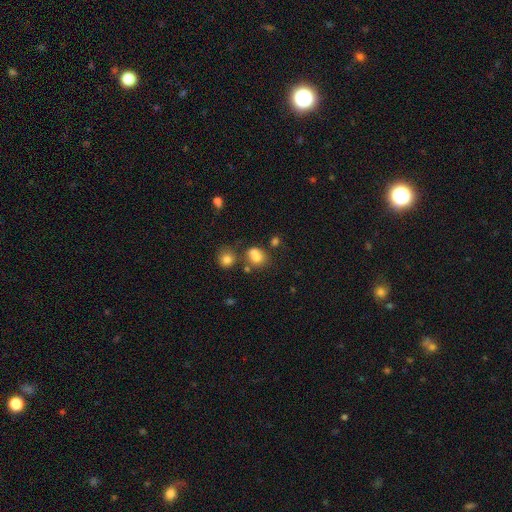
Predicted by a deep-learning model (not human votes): The model was most divided on "merging": none: 44%, merger: 38%, minor disturbance: 12%, major disturbance: 6%. More confident: smooth or featured — smooth (72%); how rounded — round (66%).